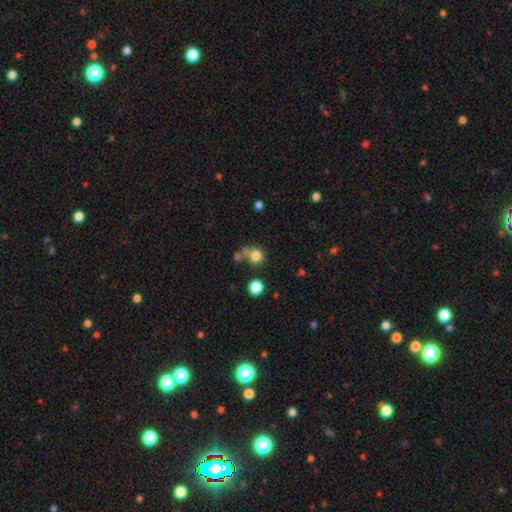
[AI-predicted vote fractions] smooth-or-featured: smooth: 79% | star or artifact: 13% | featured or disk: 7%
  how-rounded: round: 84% | in between: 15% | cigar-shaped: 1%
  merging: none: 57% | merger: 24% | minor disturbance: 12% | major disturbance: 7%